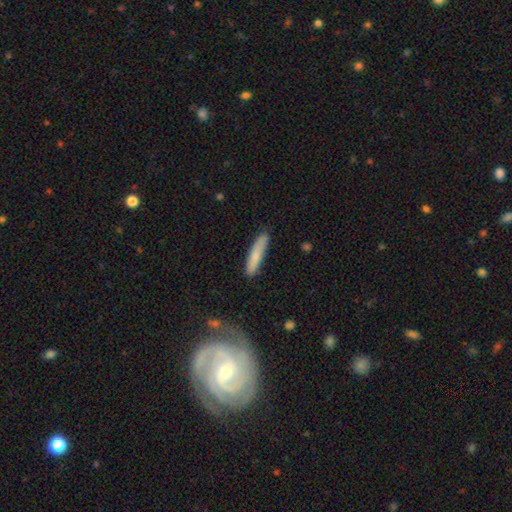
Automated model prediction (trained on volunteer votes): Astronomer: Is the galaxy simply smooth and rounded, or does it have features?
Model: smooth — 78%.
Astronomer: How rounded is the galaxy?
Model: cigar-shaped — 88%.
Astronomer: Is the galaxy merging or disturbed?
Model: none — 82%.